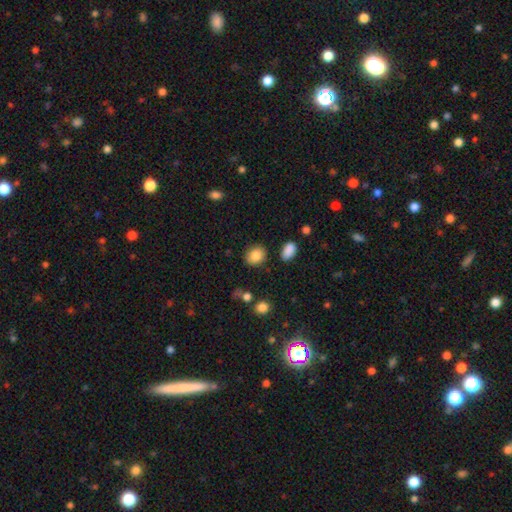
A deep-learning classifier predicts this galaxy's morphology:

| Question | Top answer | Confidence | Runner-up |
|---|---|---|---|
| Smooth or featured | smooth | 86% | star or artifact (9%) |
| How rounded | round | 54% | in between (45%) |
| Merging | none | 83% | minor disturbance (11%) |